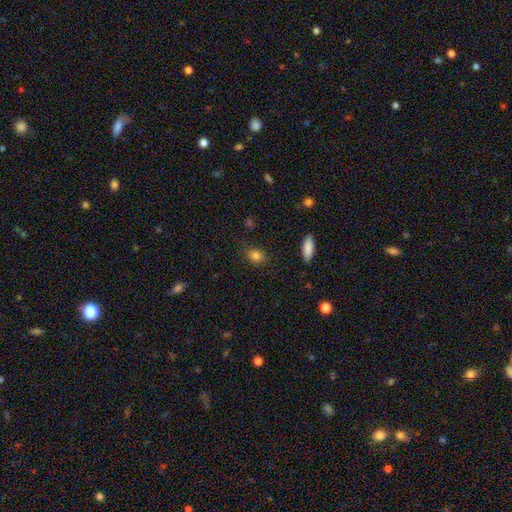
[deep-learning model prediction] Smooth or featured: smooth — 83% (star or artifact — 11%)
How rounded: in between — 69% (round — 28%)
Merging: none — 78% (minor disturbance — 16%)